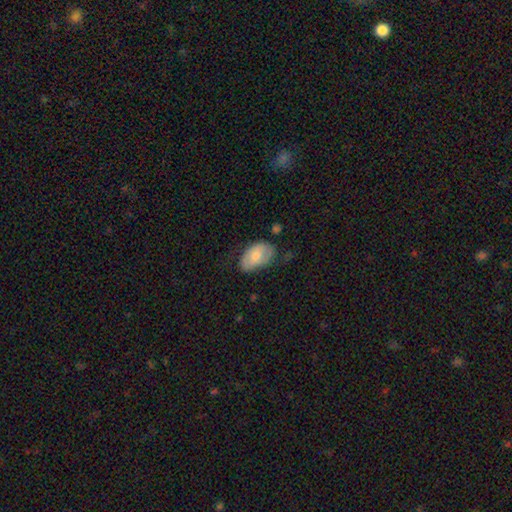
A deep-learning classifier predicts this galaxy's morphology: Overall: smooth (72%). How rounded: in between (93%). Merging: none (58%; minor disturbance 31%).